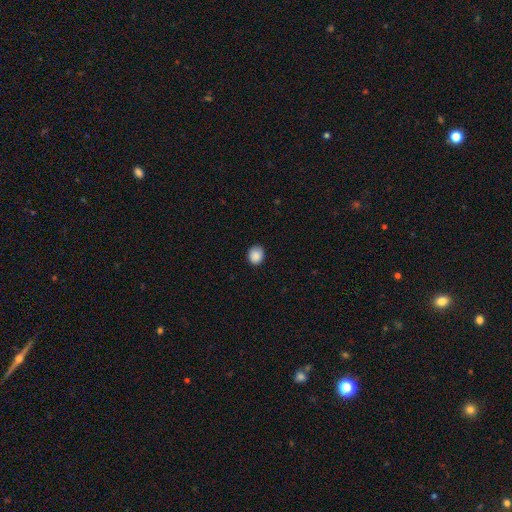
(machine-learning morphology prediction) Smooth or featured?
  - smooth: 88% *
  - star or artifact: 8%
  - featured or disk: 3%
How rounded?
  - round: 70% *
  - in between: 30%
  - cigar-shaped: 1%
Merging?
  - none: 83% *
  - minor disturbance: 14%
  - major disturbance: 2%
  - merger: 1%